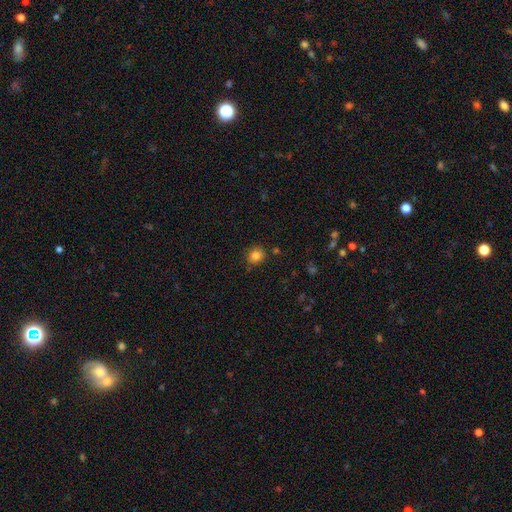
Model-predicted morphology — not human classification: Smooth or featured? smooth (82%)
How rounded? round (84%)
Merging? none (82%)